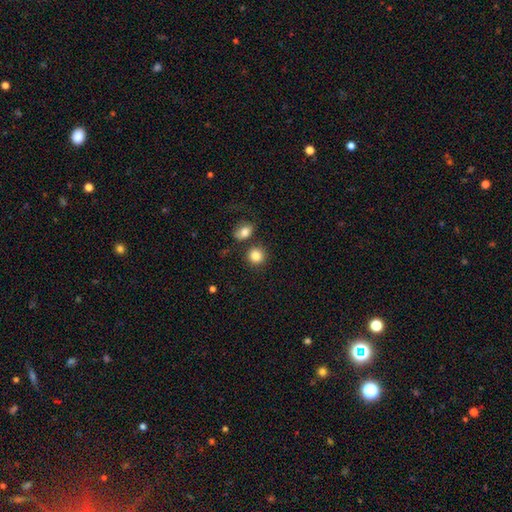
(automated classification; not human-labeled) Overall: smooth (84%). How rounded: round (86%). Merging: none (74%).